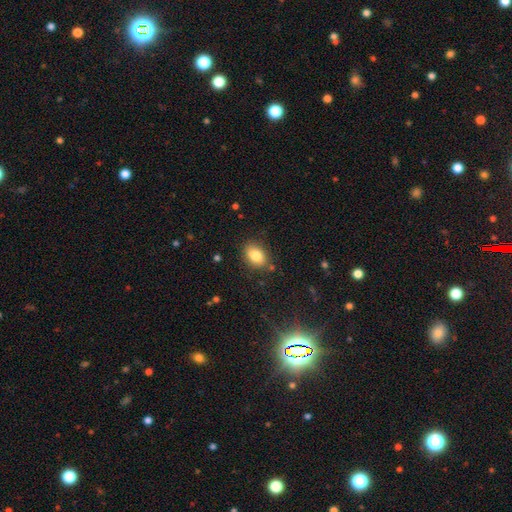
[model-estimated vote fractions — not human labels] Smooth or featured? Predicted: smooth (p=0.82). How rounded? Predicted: in between (p=0.79). Merging? Predicted: none (p=0.80).